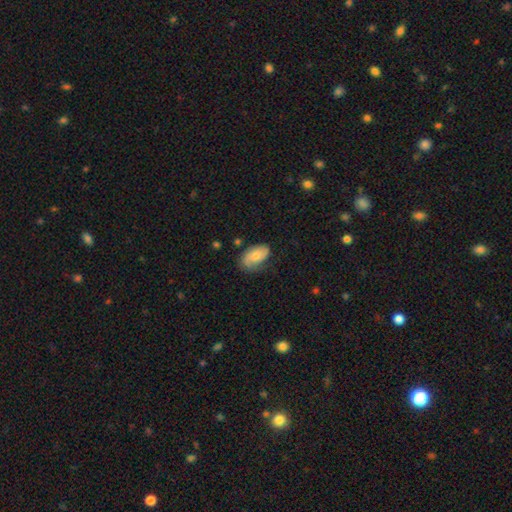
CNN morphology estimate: smooth 53%, featured or disk 40%, star or artifact 7%. Down the decision tree: how rounded — in between (91%); merging — none (63%).